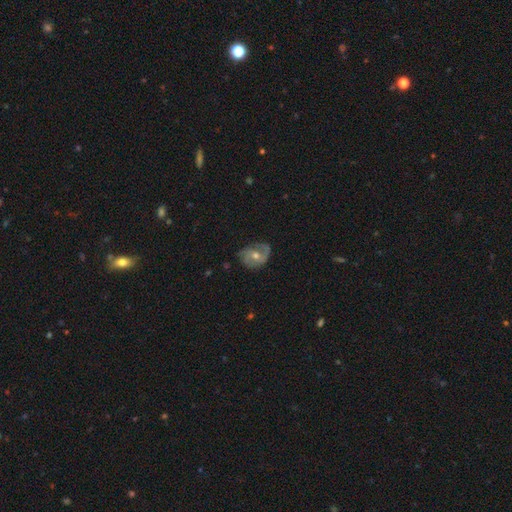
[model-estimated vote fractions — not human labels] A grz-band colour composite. It shows a featured or disk galaxy (73%) with no bar (57%), 2 (52%) medium (44%) spiral arms (89%) and a moderate central bulge (62%). Merging: none (65%).